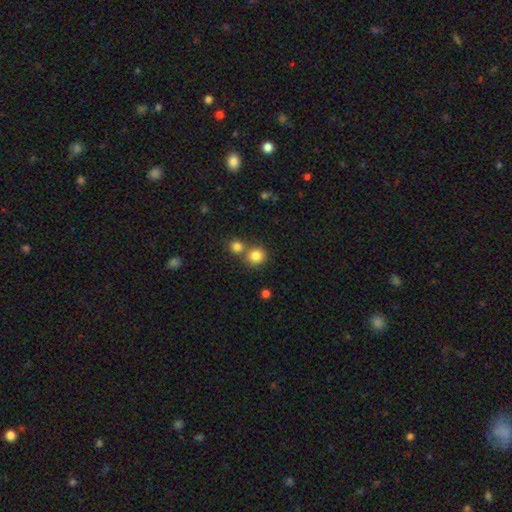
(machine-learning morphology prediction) This appears to be a smooth galaxy with no disk features (83%) that is round (89%). Merging: none (63%).